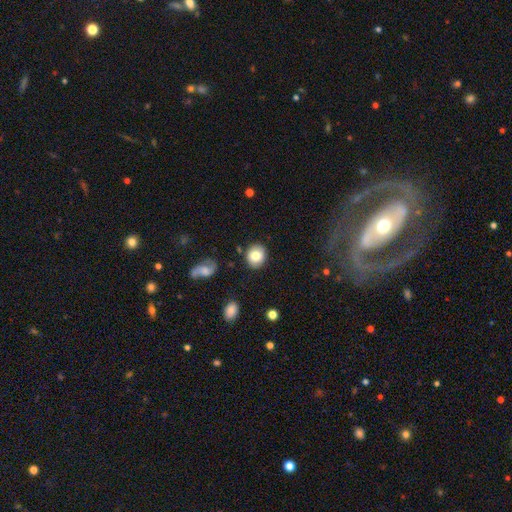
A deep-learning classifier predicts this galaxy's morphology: A smooth galaxy with no disk features (81%) that is round (79%). Merging: none (87%).